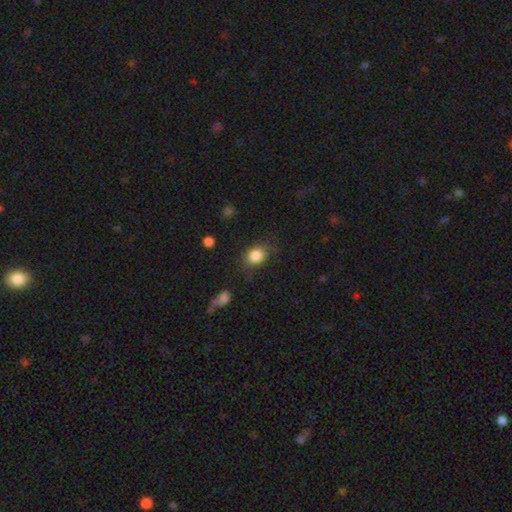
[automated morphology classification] Smooth or featured? smooth (85%)
How rounded? round (52%)
Merging? none (74%)